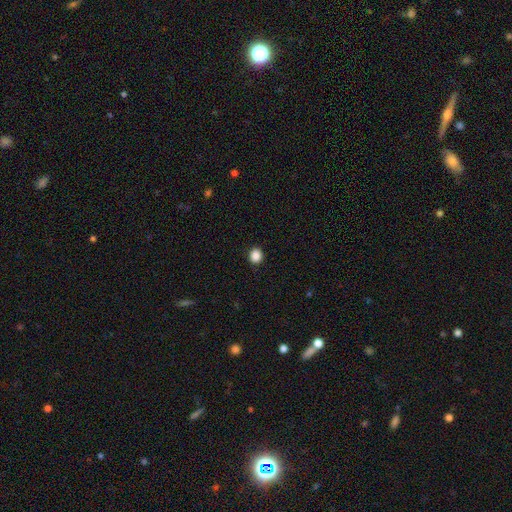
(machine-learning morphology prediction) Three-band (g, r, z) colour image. It shows a smooth galaxy with no disk features (88%) that is round (75%). Merging: none (91%).